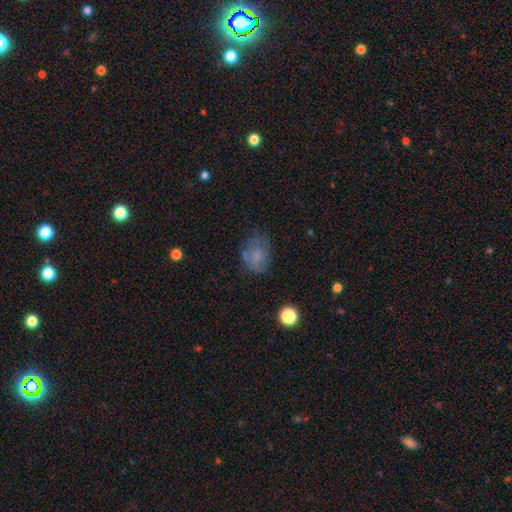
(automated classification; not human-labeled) Overall: smooth (59%; featured or disk 28%). How rounded: in between (65%; round 34%). Merging: none (53%; minor disturbance 27%).